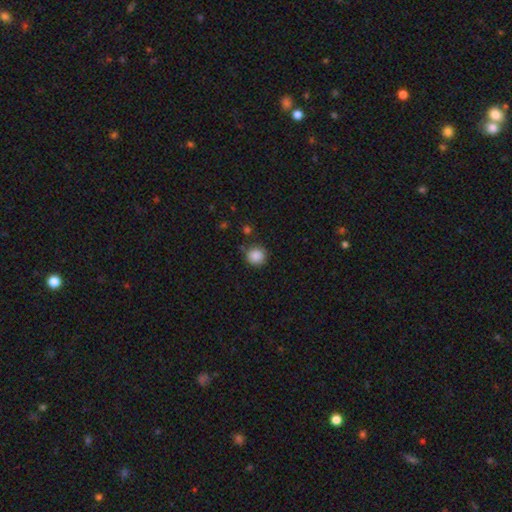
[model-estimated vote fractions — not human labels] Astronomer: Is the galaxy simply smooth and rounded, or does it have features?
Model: smooth — 87%.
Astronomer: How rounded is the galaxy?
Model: round — 92%.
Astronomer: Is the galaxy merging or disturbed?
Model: none — 84%.